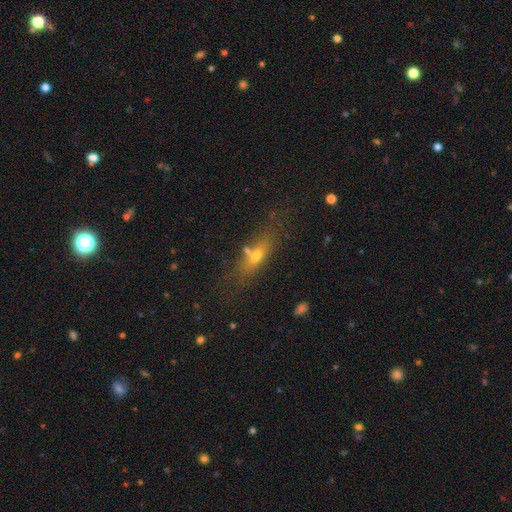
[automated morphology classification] Overall: smooth (55%; featured or disk 32%). How rounded: cigar-shaped (49%; in between 44%). Merging: none (64%).